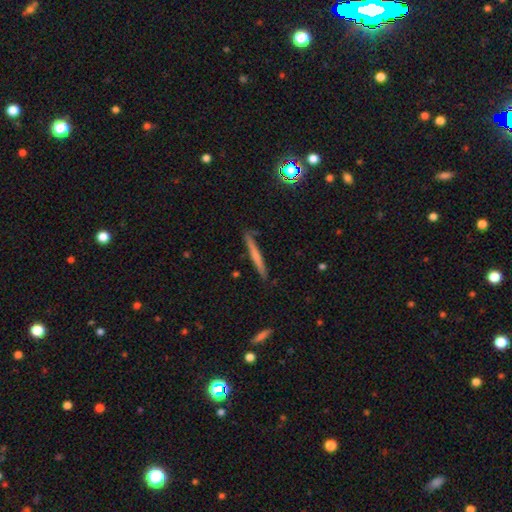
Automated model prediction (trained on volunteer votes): Smooth or featured? smooth (53%)
How rounded? cigar-shaped (95%)
Merging? none (86%)